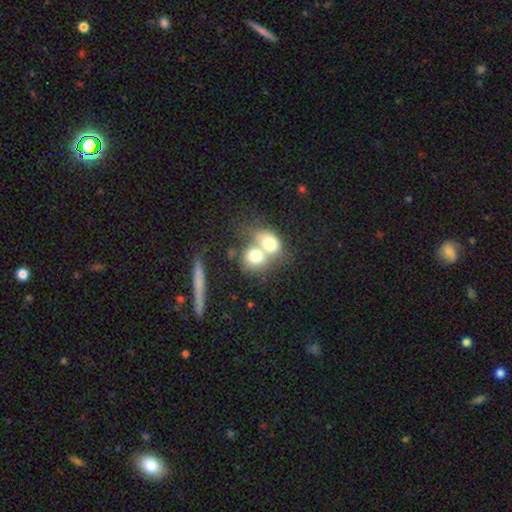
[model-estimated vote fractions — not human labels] Smooth or featured: smooth — 70% (featured or disk — 22%)
How rounded: round — 51% (in between — 46%)
Merging: merger — 70% (none — 19%)